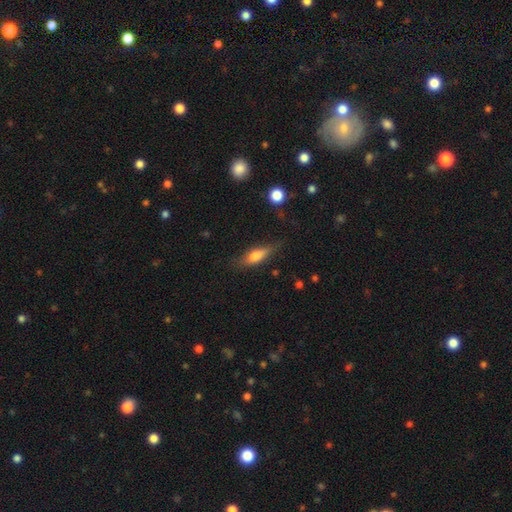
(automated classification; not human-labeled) A smooth galaxy with no disk features (61%) that is in between round and cigar-shaped (51%).

Vote fractions:
- Smooth or featured? smooth: 61% / featured or disk: 32% / star or artifact: 7%
- How rounded? in between: 51% / cigar-shaped: 46% / round: 3%
- Merging? none: 72% / minor disturbance: 20% / major disturbance: 6% / merger: 2%